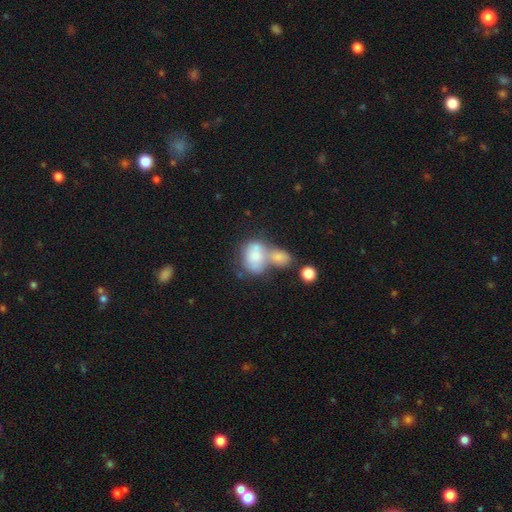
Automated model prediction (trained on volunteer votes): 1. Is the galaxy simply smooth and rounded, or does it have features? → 72% smooth, 21% featured or disk, 8% star or artifact.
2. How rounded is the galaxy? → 68% in between, 30% round, 2% cigar-shaped.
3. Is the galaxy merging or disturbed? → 62% merger, 19% none, 11% minor disturbance, 8% major disturbance.